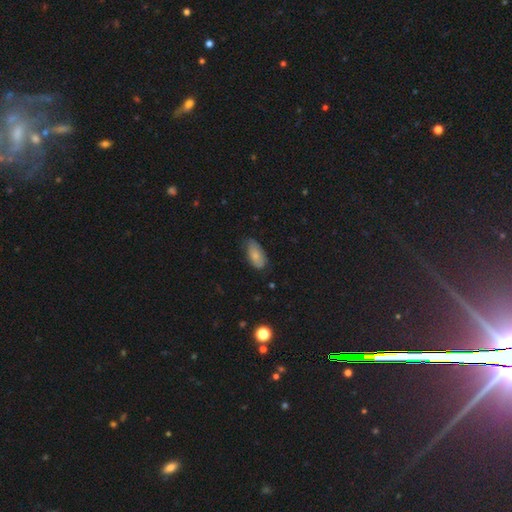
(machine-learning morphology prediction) Overall: smooth (77%). How rounded: in between (92%). Merging: none (64%; minor disturbance 29%).